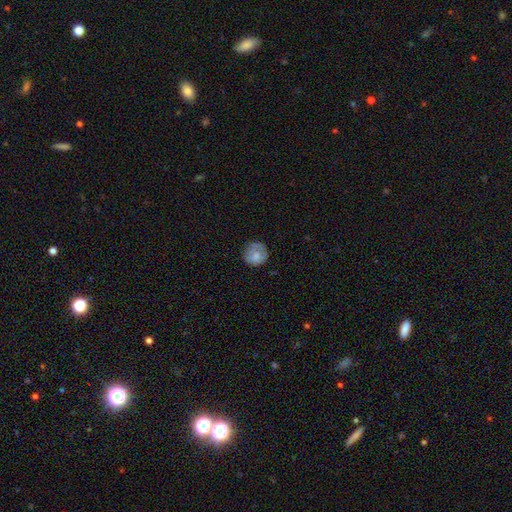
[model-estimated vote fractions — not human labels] Overall: smooth (69%). How rounded: round (89%). Merging: none (72%).